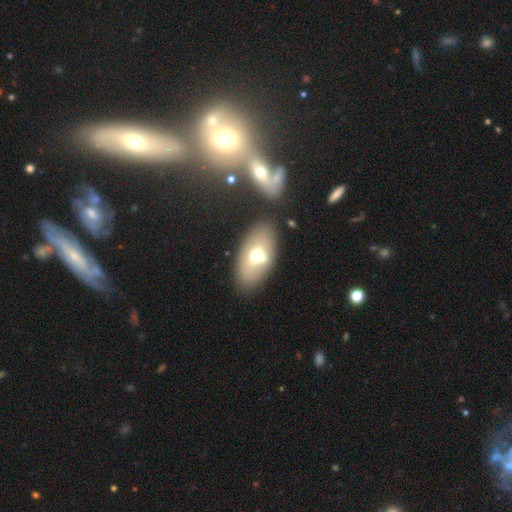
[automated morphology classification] smooth_or_featured: smooth (p=0.58) [alt: featured or disk p=0.33]
how_rounded: in between (p=0.91) [alt: round p=0.06]
merging: none (p=0.59) [alt: merger p=0.24]